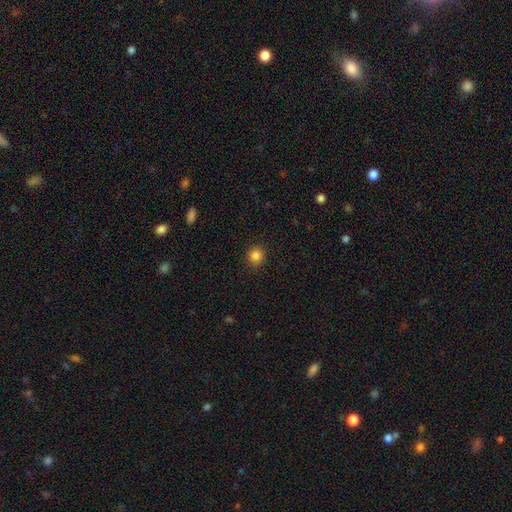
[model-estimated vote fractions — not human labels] This appears to be a smooth galaxy with no disk features (85%) that is round (91%). Merging: none (91%).